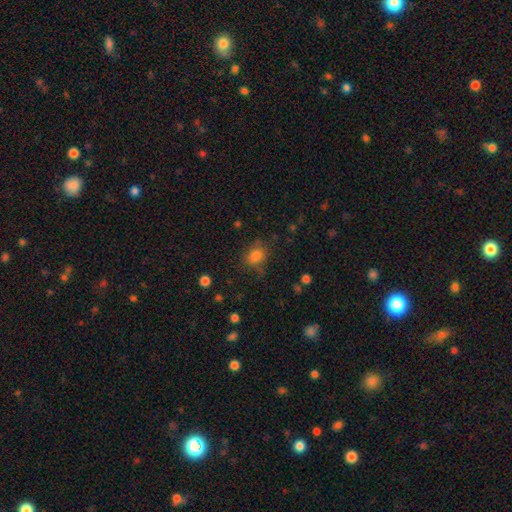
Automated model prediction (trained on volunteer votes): Smooth or featured? smooth (80%)
How rounded? in between (53%)
Merging? none (73%)